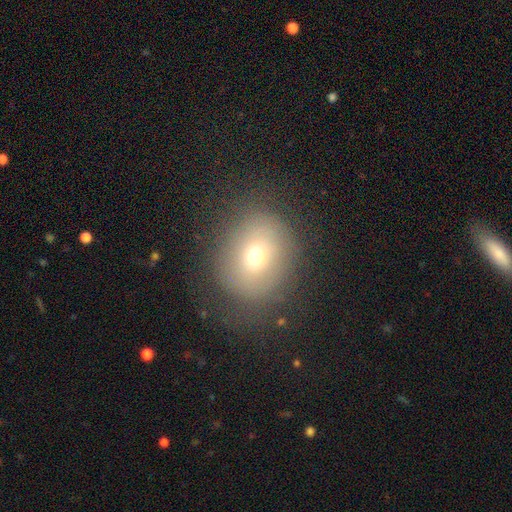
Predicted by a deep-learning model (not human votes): A smooth galaxy with no disk features (64%) that is round (65%). Merging: none (75%).